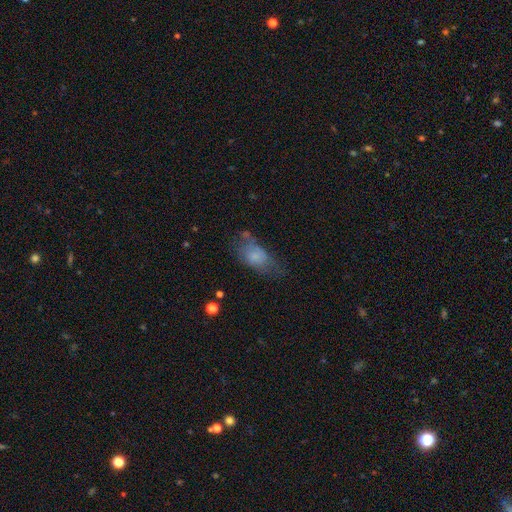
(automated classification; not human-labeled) smooth_or_featured: smooth (p=0.60) [alt: featured or disk p=0.30]
how_rounded: in between (p=0.87) [alt: round p=0.07]
merging: none (p=0.42) [alt: minor disturbance p=0.30]